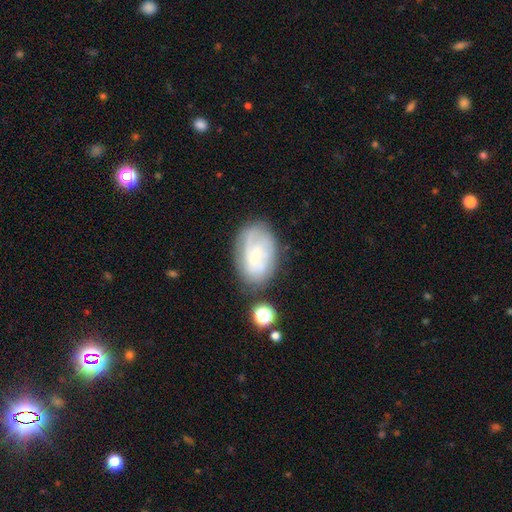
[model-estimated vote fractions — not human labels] Q: Smooth or featured?
A: featured or disk (57%); runner-up: smooth (35%)
Q: Edge-on disk?
A: no (95%); runner-up: yes (5%)
Q: Bar?
A: no (63%); runner-up: weak (30%)
Q: Spiral arms?
A: yes (71%); runner-up: no (29%)
Q: Bulge size?
A: small (70%); runner-up: moderate (24%)
Q: Merging?
A: none (66%); runner-up: minor disturbance (21%)